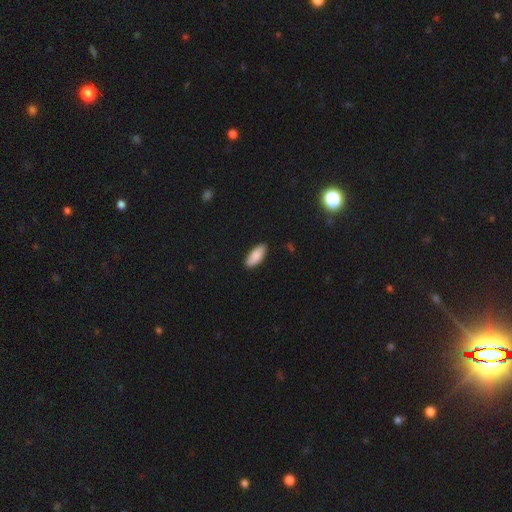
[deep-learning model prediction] The model was most divided on "how rounded": in between: 81%, cigar-shaped: 18%, round: 2%. More confident: smooth or featured — smooth (89%); merging — none (86%).